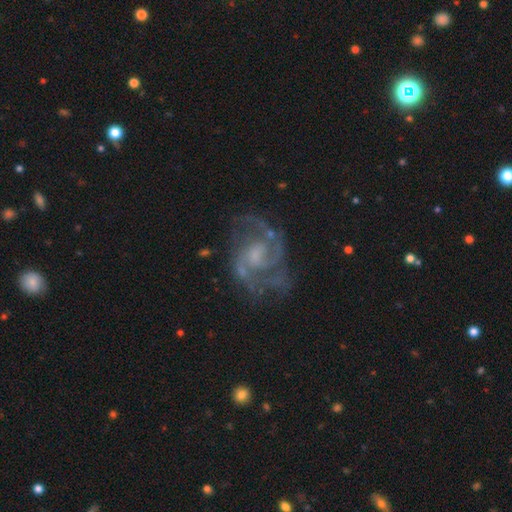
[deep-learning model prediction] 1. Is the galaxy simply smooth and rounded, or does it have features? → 87% featured or disk, 7% star or artifact, 6% smooth.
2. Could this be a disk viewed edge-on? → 98% no, 2% yes.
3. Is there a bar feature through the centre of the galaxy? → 47% weak, 43% no, 10% strong.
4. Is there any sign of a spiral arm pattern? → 94% yes, 6% no.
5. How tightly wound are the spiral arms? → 55% medium, 26% tight, 19% loose.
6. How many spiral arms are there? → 58% 2, 17% 3, 13% can't tell, 4% 4, 4% 1, 3% more than 4.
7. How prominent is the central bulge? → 38% small, 30% moderate, 25% none, 5% large, 1% dominant.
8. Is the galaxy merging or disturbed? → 62% none, 19% minor disturbance, 16% major disturbance, 3% merger.